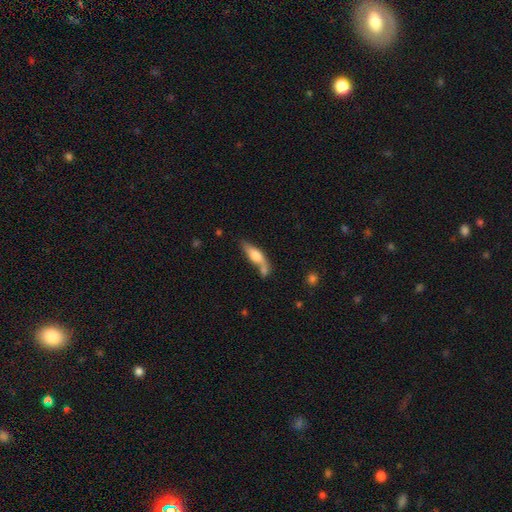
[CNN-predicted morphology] Smooth or featured: smooth — 58% (featured or disk — 35%)
How rounded: cigar-shaped — 50% (in between — 47%)
Merging: none — 43% (merger — 33%)